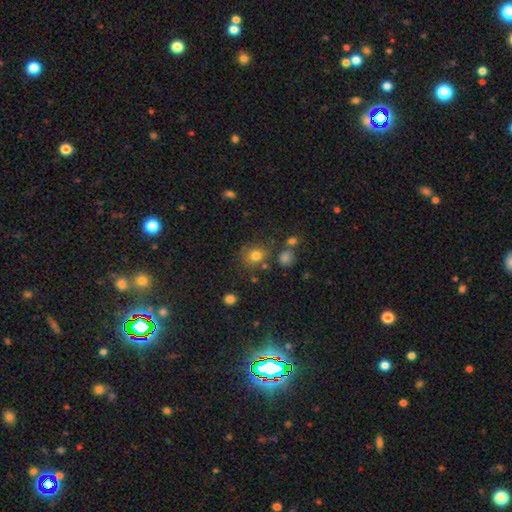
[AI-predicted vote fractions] smooth 78%, star or artifact 14%, featured or disk 8%. Down the decision tree: how rounded — round (78%); merging — none (71%).